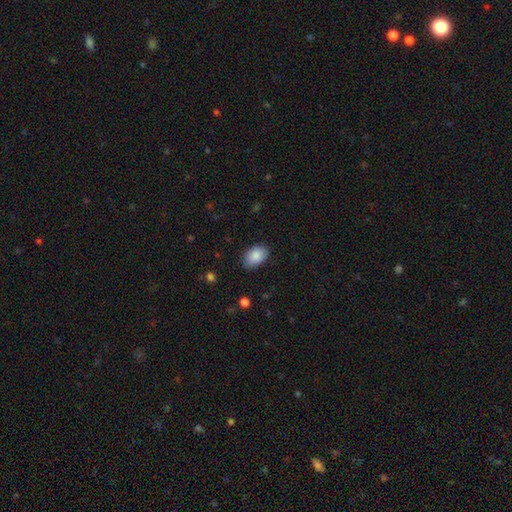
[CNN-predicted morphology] Overall: smooth (87%). How rounded: in between (88%). Merging: none (82%).